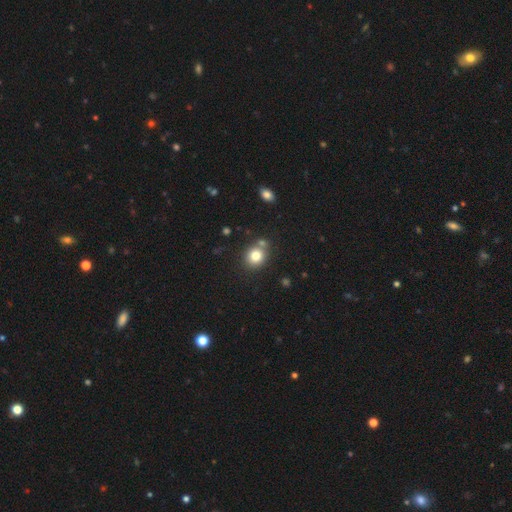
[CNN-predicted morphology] Smooth or featured: smooth — 79% (star or artifact — 12%)
How rounded: round — 76% (in between — 23%)
Merging: none — 71% (merger — 15%)